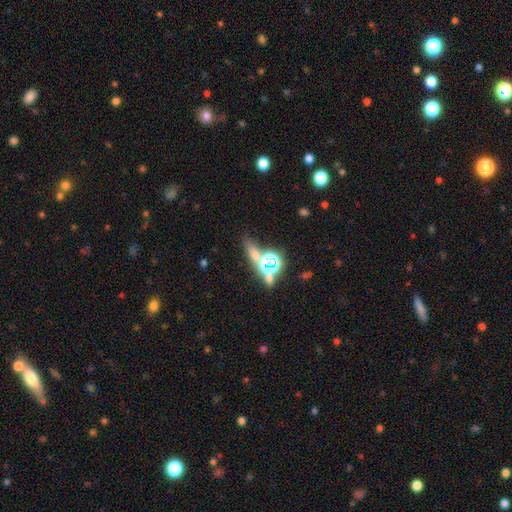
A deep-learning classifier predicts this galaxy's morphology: smooth-or-featured: star or artifact: 47% | smooth: 32% | featured or disk: 21%